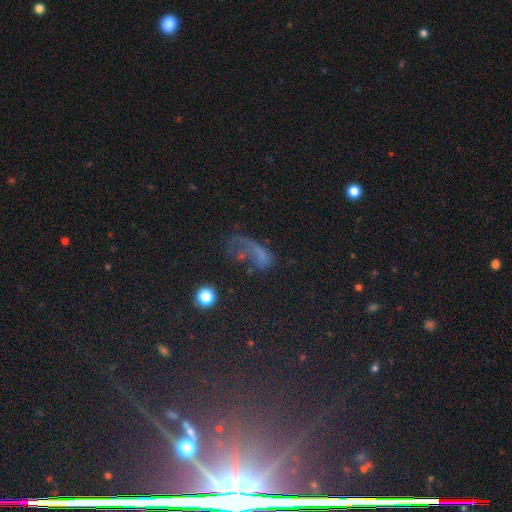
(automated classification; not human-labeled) smooth-or-featured: star or artifact: 46% | smooth: 29% | featured or disk: 25%